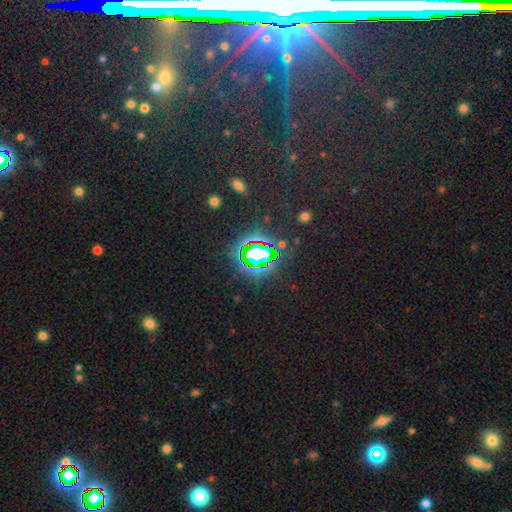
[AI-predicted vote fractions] This is clearly a star or artifact rather than a galaxy (81%).